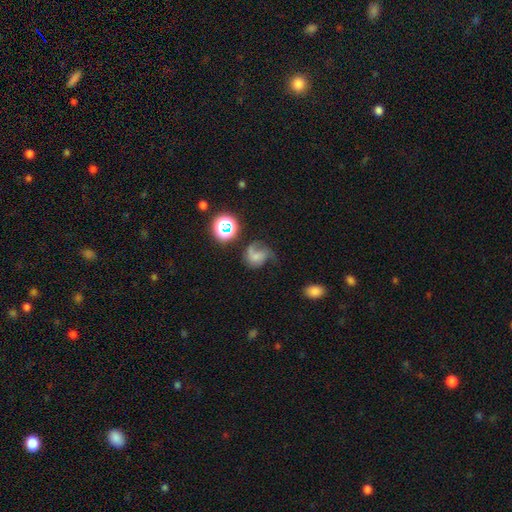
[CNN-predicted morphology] smooth 48%, featured or disk 35%, star or artifact 17%. Down the decision tree: merging — major disturbance (35%).